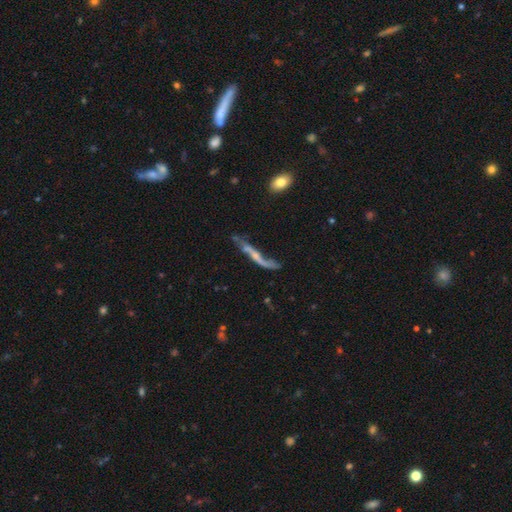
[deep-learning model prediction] Smooth or featured?
  - featured or disk: 67% *
  - smooth: 24%
  - star or artifact: 9%
Edge-on disk?
  - no: 53% *
  - yes: 47%
Merging?
  - none: 40% *
  - major disturbance: 26%
  - minor disturbance: 24%
  - merger: 11%